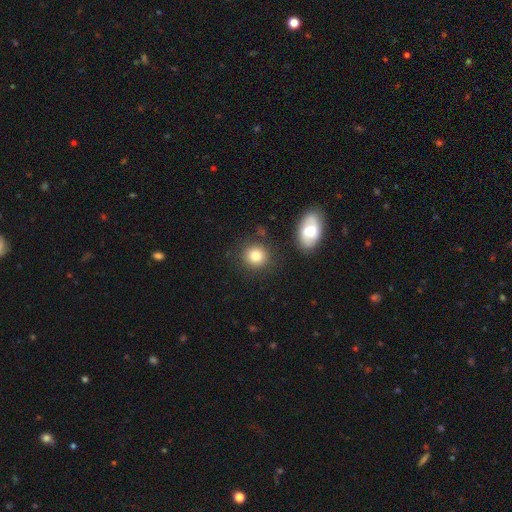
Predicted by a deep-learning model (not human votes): Morphology: type=smooth (83%); roundness=round (86%); merging=none (83%).